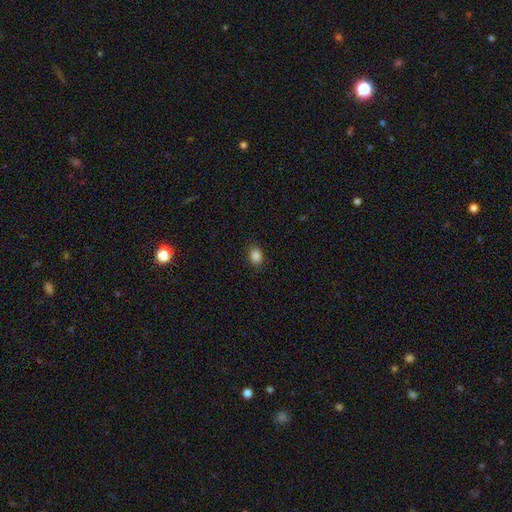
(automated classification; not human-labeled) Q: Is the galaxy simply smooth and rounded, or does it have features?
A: smooth — 86%.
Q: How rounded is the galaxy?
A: in between — 56%.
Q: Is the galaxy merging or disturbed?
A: none — 87%.